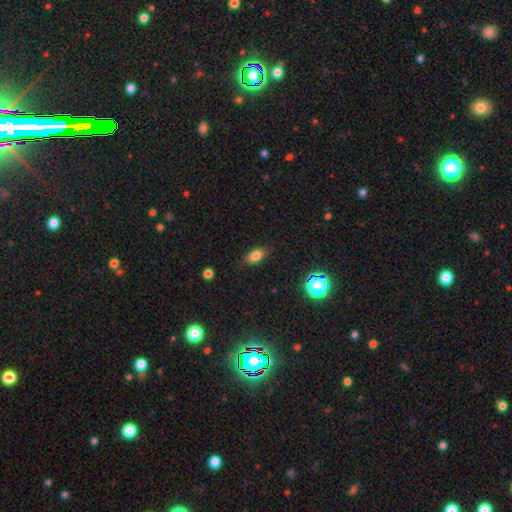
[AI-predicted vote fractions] smooth_or_featured: smooth (p=0.80) [alt: star or artifact p=0.12]
how_rounded: in between (p=0.84) [alt: round p=0.11]
merging: none (p=0.84) [alt: minor disturbance p=0.12]